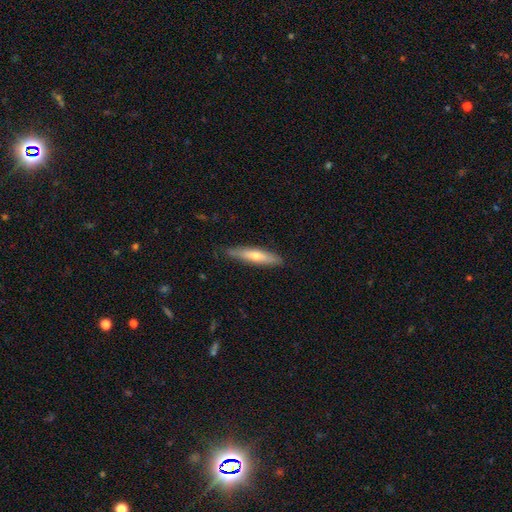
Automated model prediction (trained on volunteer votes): The model was most divided on "smooth or featured": smooth: 51%, featured or disk: 43%, star or artifact: 6%. More confident: how rounded — cigar-shaped (85%); merging — none (84%).